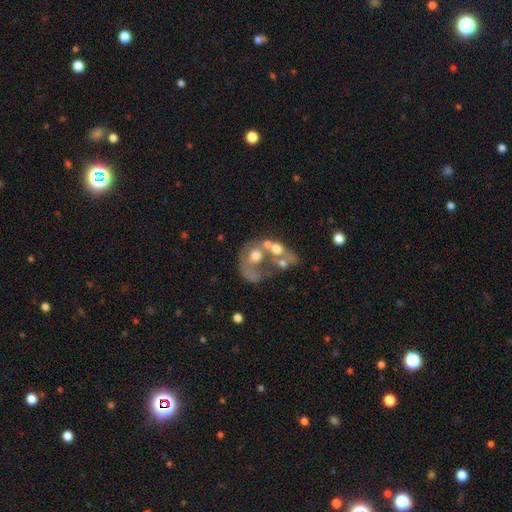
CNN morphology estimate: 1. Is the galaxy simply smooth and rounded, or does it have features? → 53% featured or disk, 34% smooth, 12% star or artifact.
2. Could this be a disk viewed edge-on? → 97% no, 3% yes.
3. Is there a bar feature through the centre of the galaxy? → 91% no, 7% weak, 2% strong.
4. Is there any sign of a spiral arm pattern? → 90% no, 10% yes.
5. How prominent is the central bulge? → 45% moderate, 26% none, 13% large, 12% small, 3% dominant.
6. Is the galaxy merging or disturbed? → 55% merger, 18% none, 18% major disturbance, 9% minor disturbance.